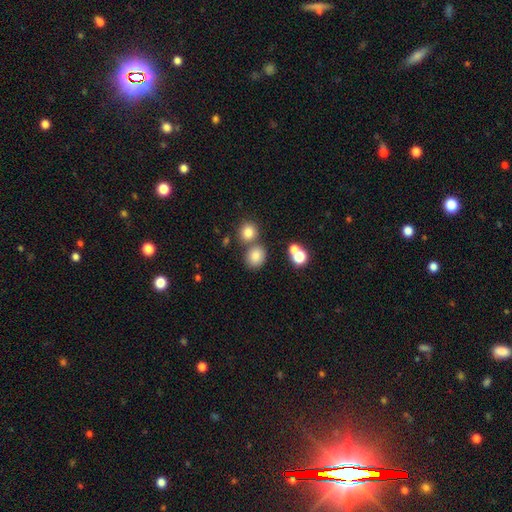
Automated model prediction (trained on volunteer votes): This appears to be a smooth galaxy with no disk features (80%) that is round (71%). Merging: none (63%).